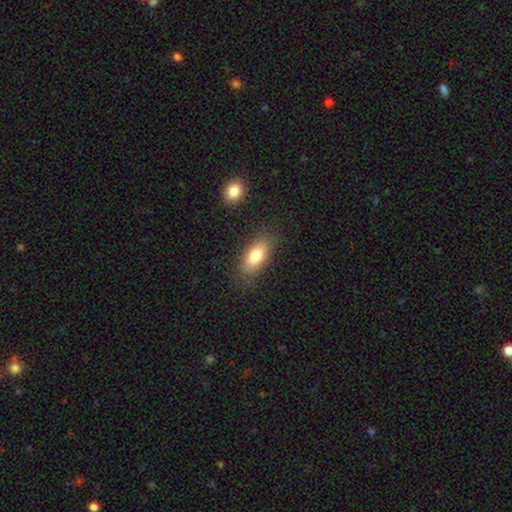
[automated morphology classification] The model was most divided on "smooth or featured": smooth: 78%, featured or disk: 14%, star or artifact: 7%. More confident: how rounded — in between (83%); merging — none (81%).